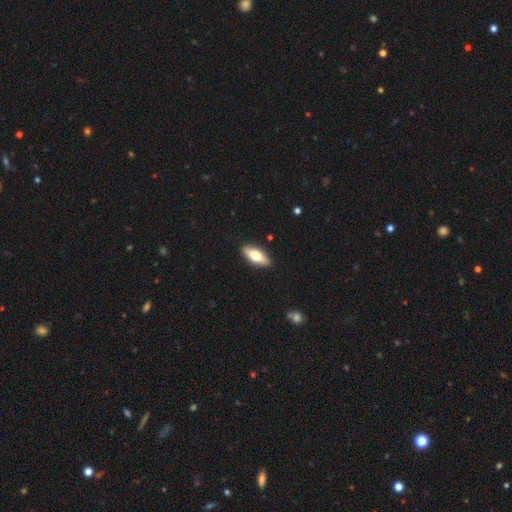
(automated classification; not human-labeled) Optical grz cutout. It shows a smooth galaxy with no disk features (58%) that is in between round and cigar-shaped (67%). Merging: none (90%).